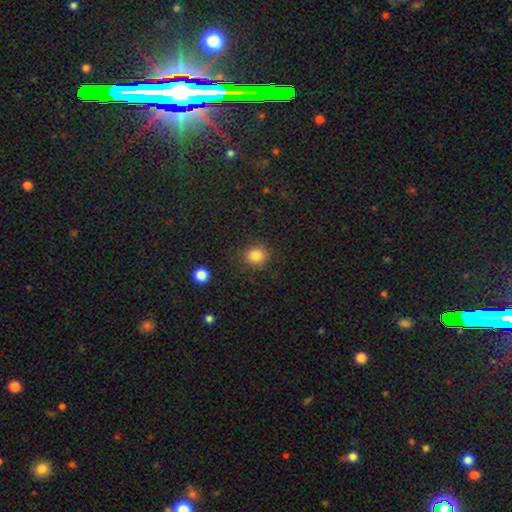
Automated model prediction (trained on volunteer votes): Smooth or featured: smooth — 84% (star or artifact — 11%)
How rounded: round — 88% (in between — 11%)
Merging: none — 89% (minor disturbance — 7%)